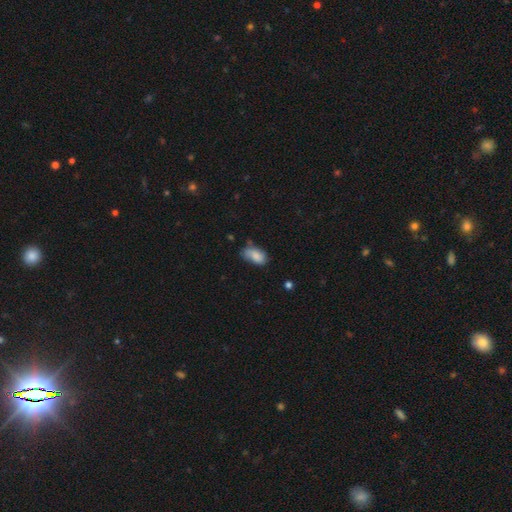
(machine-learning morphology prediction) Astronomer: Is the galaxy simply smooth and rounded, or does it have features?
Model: smooth — 79%.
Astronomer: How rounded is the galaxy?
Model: in between — 91%.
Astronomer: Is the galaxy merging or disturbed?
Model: none — 50% (runner-up: minor disturbance, 35%).